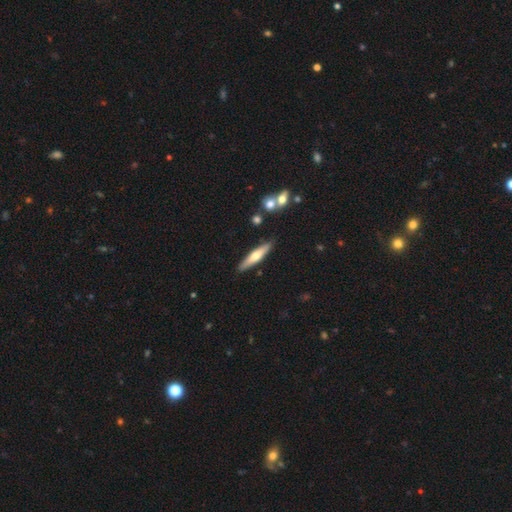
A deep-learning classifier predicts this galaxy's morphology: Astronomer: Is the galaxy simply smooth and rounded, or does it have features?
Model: smooth — 51% (runner-up: featured or disk, 43%).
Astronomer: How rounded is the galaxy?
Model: cigar-shaped — 86%.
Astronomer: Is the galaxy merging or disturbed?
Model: none — 87%.